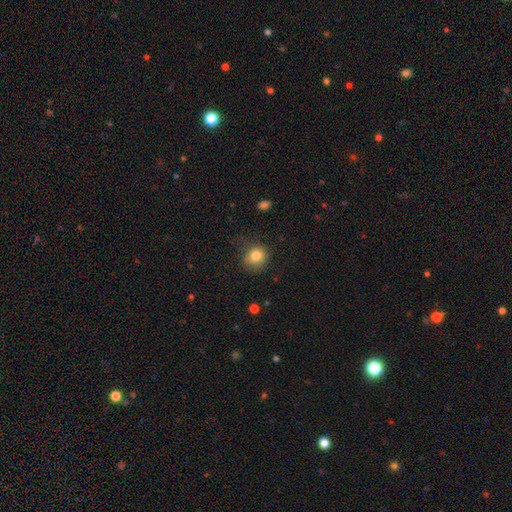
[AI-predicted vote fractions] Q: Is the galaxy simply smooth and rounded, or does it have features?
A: smooth — 81%.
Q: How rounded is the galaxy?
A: round — 81%.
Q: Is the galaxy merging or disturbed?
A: none — 75%.